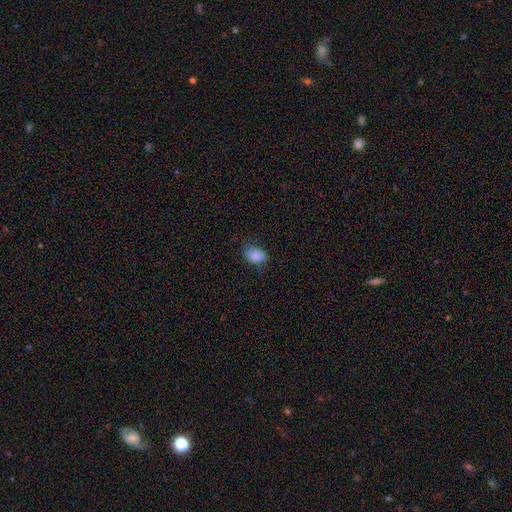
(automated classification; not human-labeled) Smooth or featured? smooth (83%)
How rounded? in between (76%)
Merging? none (58%)